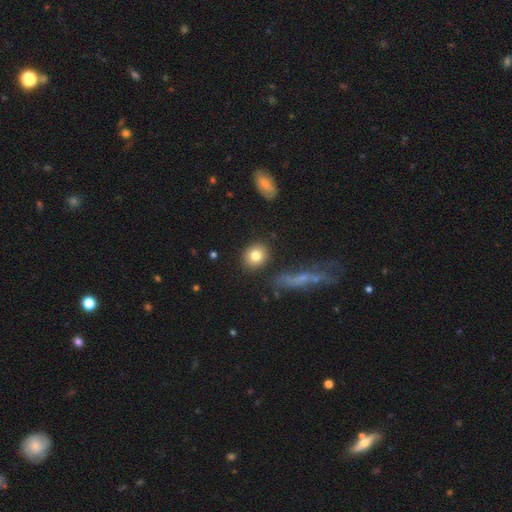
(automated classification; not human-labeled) smooth-or-featured: smooth: 80% | featured or disk: 11% | star or artifact: 9%
  how-rounded: round: 73% | in between: 25% | cigar-shaped: 2%
  merging: none: 86% | minor disturbance: 8% | merger: 3% | major disturbance: 3%